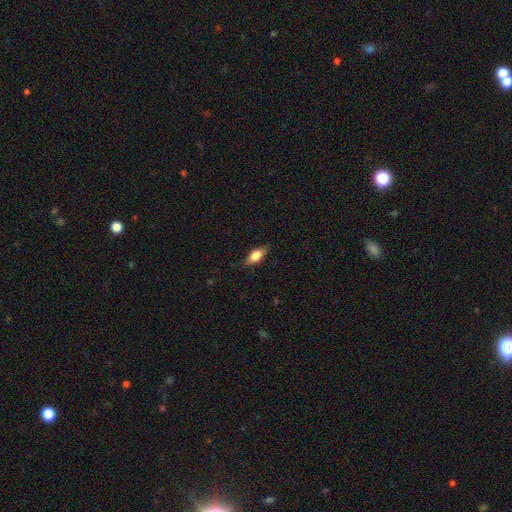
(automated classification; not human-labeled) A smooth galaxy with no disk features (68%) that is in between round and cigar-shaped (76%).

Vote fractions:
- Smooth or featured? smooth: 68% / featured or disk: 25% / star or artifact: 7%
- How rounded? in between: 76% / cigar-shaped: 19% / round: 4%
- Merging? none: 84% / minor disturbance: 12% / major disturbance: 3% / merger: 1%